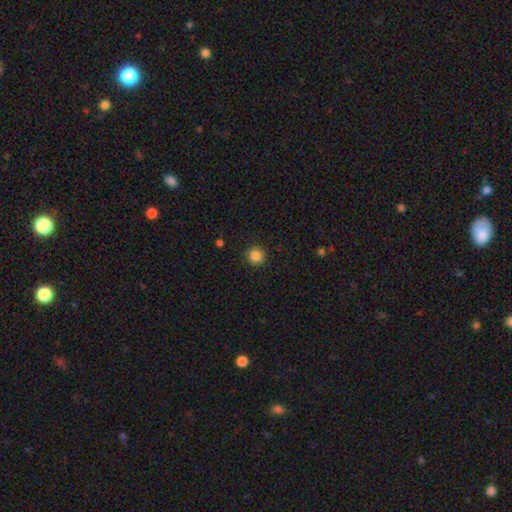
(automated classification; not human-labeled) smooth-or-featured: smooth: 85% | star or artifact: 11% | featured or disk: 4%
  how-rounded: round: 94% | in between: 5% | cigar-shaped: 1%
  merging: none: 92% | minor disturbance: 6% | major disturbance: 2% | merger: 1%